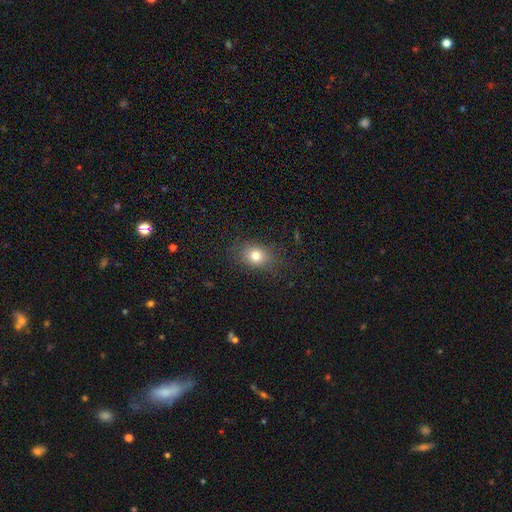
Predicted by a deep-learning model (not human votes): A smooth galaxy with no disk features (78%) that is in between round and cigar-shaped (54%).

Vote fractions:
- Smooth or featured? smooth: 78% / star or artifact: 12% / featured or disk: 9%
- How rounded? in between: 54% / round: 45% / cigar-shaped: 1%
- Merging? none: 81% / minor disturbance: 13% / major disturbance: 5% / merger: 1%